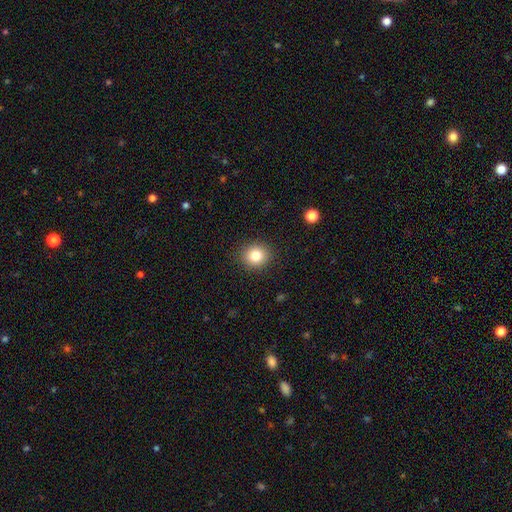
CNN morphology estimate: smooth_or_featured: smooth (p=0.81) [alt: star or artifact p=0.11]
how_rounded: round (p=0.83) [alt: in between p=0.16]
merging: none (p=0.90) [alt: minor disturbance p=0.07]